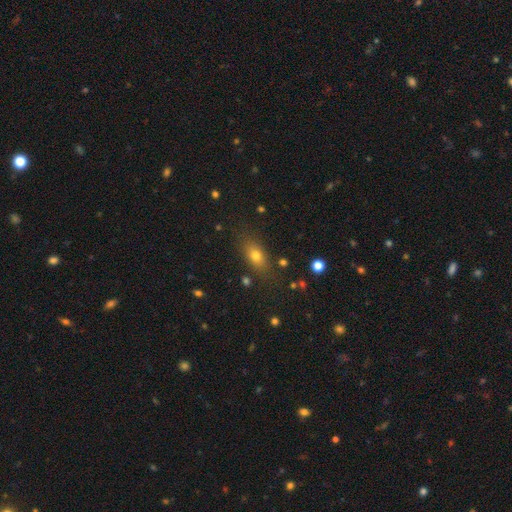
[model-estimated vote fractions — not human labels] Overall: smooth (73%). How rounded: in between (72%). Merging: none (78%).